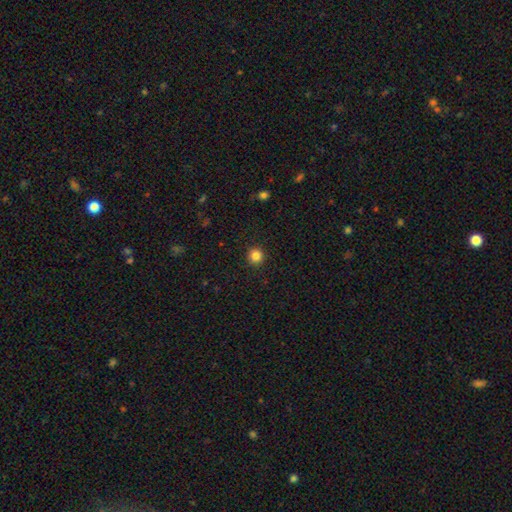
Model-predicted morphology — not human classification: Smooth or featured? Predicted: smooth (p=0.84). How rounded? Predicted: round (p=0.94). Merging? Predicted: none (p=0.92).